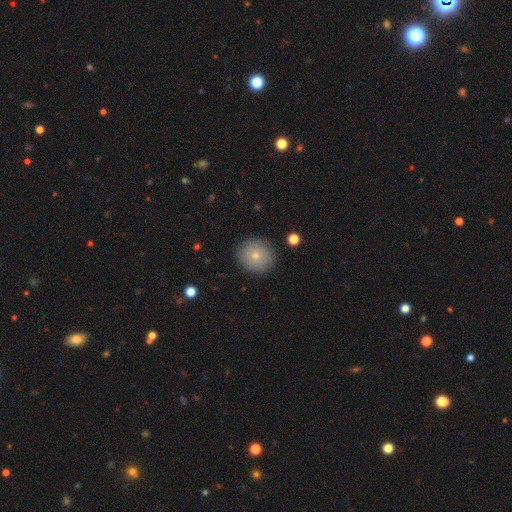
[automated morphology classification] Smooth or featured?
  - smooth: 74% *
  - featured or disk: 18%
  - star or artifact: 9%
How rounded?
  - round: 86% *
  - in between: 13%
  - cigar-shaped: 1%
Merging?
  - none: 86% *
  - minor disturbance: 10%
  - major disturbance: 3%
  - merger: 1%